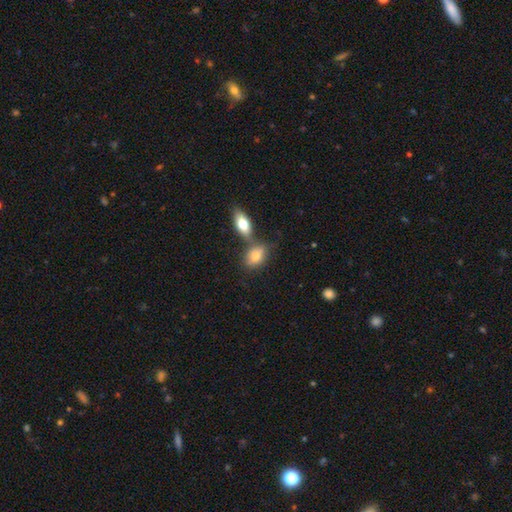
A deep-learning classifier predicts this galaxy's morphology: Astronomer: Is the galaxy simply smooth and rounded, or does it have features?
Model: smooth — 77%.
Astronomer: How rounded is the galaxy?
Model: in between — 83%.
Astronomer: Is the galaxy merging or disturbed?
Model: none — 49% (runner-up: merger, 34%).